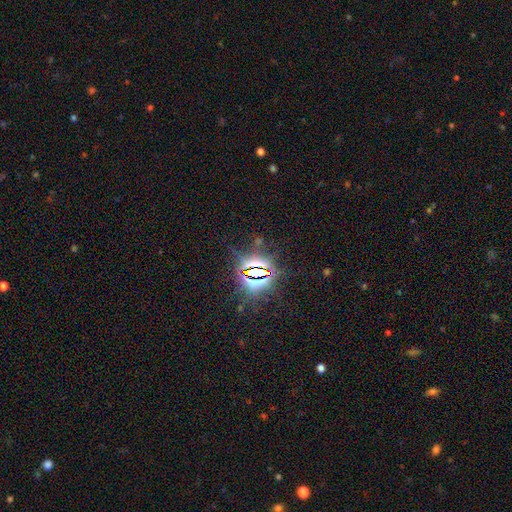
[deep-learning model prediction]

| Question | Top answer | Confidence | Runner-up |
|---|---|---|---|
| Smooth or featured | star or artifact | 84% | smooth (8%) |